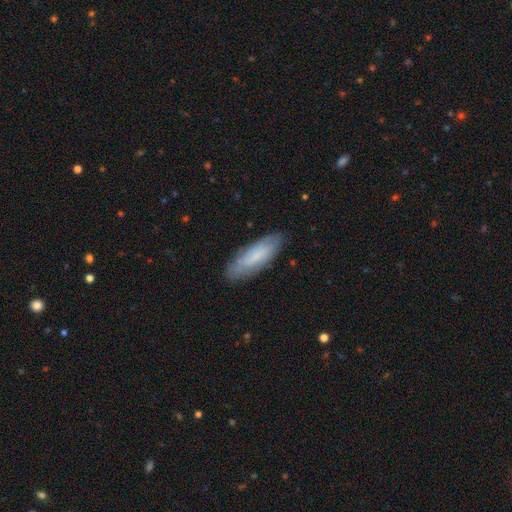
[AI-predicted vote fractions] Overall: smooth (61%; featured or disk 32%). How rounded: in between (58%; cigar-shaped 40%). Merging: none (80%).